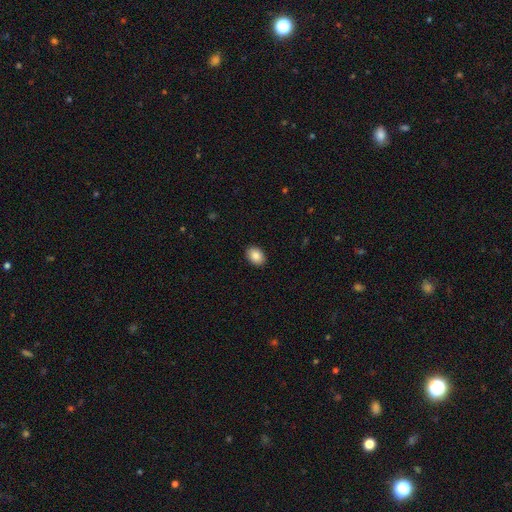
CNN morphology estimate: Overall: smooth (88%). How rounded: in between (77%). Merging: none (91%).